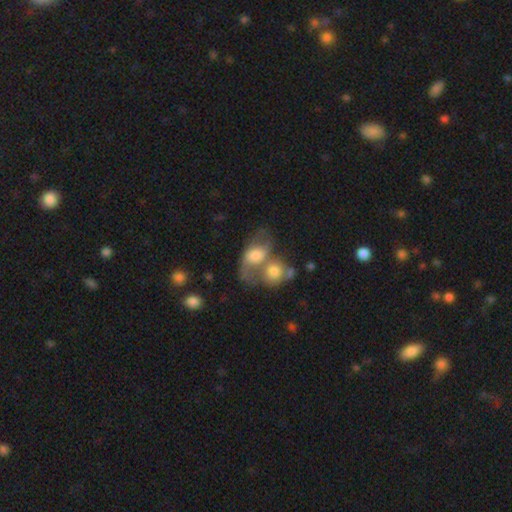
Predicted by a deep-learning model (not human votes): This is possibly a smooth galaxy (46%, tied with featured or disk). Merging: possibly merger (57%).